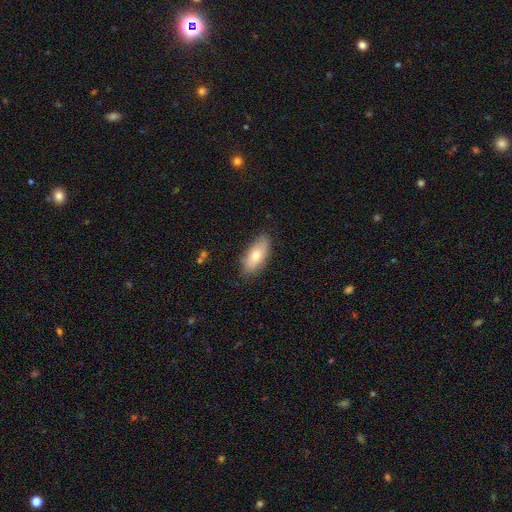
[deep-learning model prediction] A smooth galaxy with no disk features (73%) that is in between round and cigar-shaped (84%).

Vote fractions:
- Smooth or featured? smooth: 73% / featured or disk: 21% / star or artifact: 6%
- How rounded? in between: 84% / cigar-shaped: 13% / round: 3%
- Merging? none: 79% / minor disturbance: 16% / major disturbance: 3% / merger: 1%